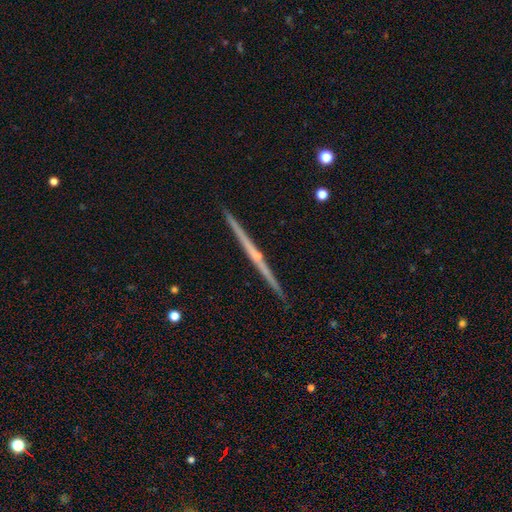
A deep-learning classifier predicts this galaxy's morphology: The model was most divided on "edge-on bulge": rounded: 60%, none: 35%, boxy: 4%. More confident: edge-on disk — yes (99%); merging — none (93%); smooth or featured — featured or disk (82%).